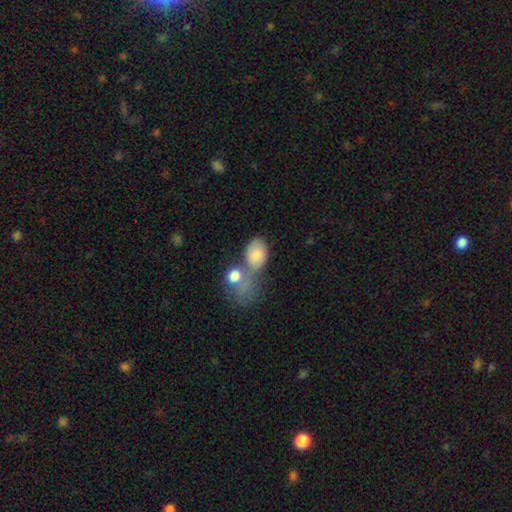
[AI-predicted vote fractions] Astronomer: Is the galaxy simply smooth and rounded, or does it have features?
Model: smooth — 78%.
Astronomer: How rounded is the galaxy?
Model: in between — 73%.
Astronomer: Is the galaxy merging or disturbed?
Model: merger — 44% (runner-up: none, 26%).